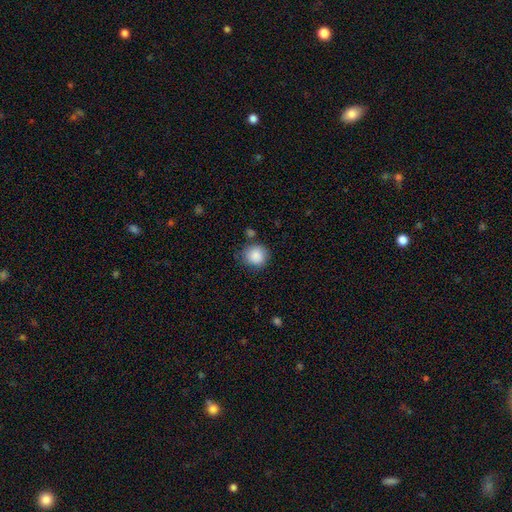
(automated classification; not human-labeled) Smooth or featured? Predicted: smooth (p=0.88). How rounded? Predicted: round (p=0.88). Merging? Predicted: none (p=0.78).